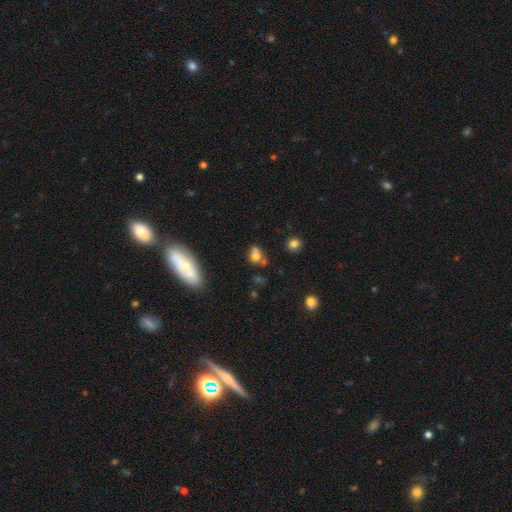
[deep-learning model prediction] This appears to be a smooth galaxy with no disk features (71%) that is in between round and cigar-shaped (50%). Merging: none (41%).